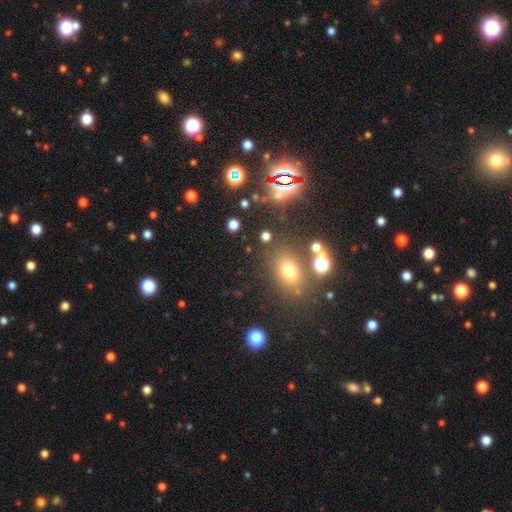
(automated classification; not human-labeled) Smooth or featured? Predicted: star or artifact (p=0.49).